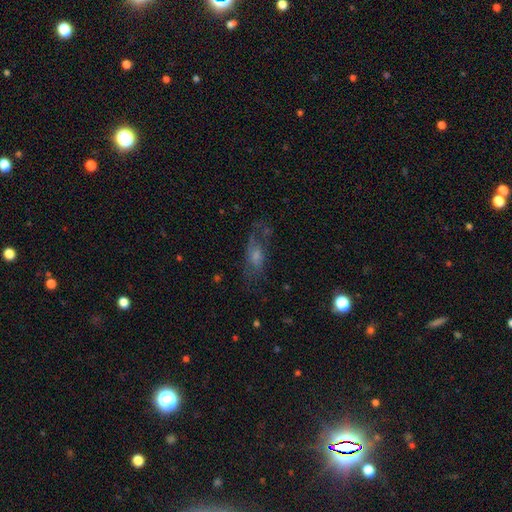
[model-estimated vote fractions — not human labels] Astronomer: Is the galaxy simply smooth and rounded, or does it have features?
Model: featured or disk — 50% (runner-up: smooth, 33%).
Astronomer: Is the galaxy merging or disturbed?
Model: none — 57%.